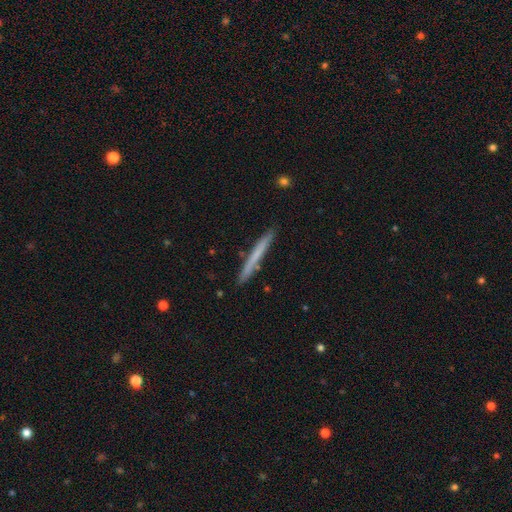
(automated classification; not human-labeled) smooth 57%, featured or disk 37%, star or artifact 6%. Down the decision tree: how rounded — cigar-shaped (97%); merging — none (89%).